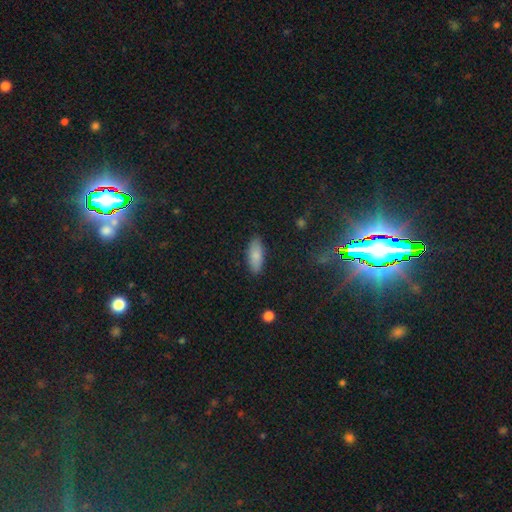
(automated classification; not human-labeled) A smooth galaxy with no disk features (83%) that is in between round and cigar-shaped (76%). Merging: none (86%).